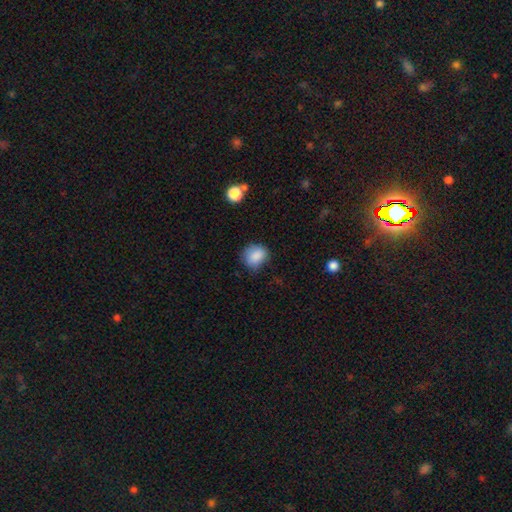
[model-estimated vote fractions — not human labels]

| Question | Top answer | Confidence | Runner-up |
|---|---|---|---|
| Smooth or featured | smooth | 86% | star or artifact (9%) |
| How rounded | round | 61% | in between (38%) |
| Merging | none | 70% | minor disturbance (23%) |